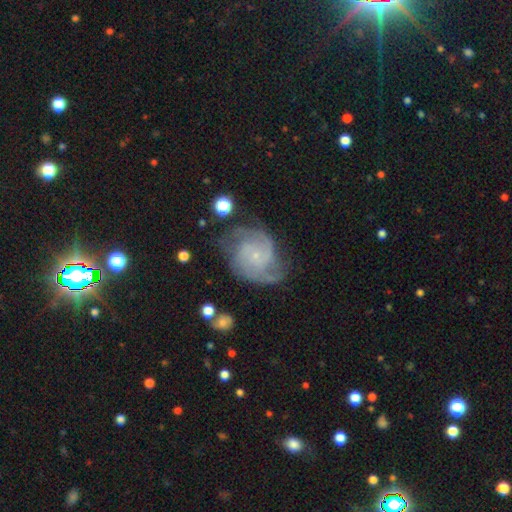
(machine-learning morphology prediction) A featured or disk galaxy (84%) with no bar (73%), 2 (36%) tight (44%, tied with medium) spiral arms (96%) and a small central bulge (83%). Merging: none (63%).